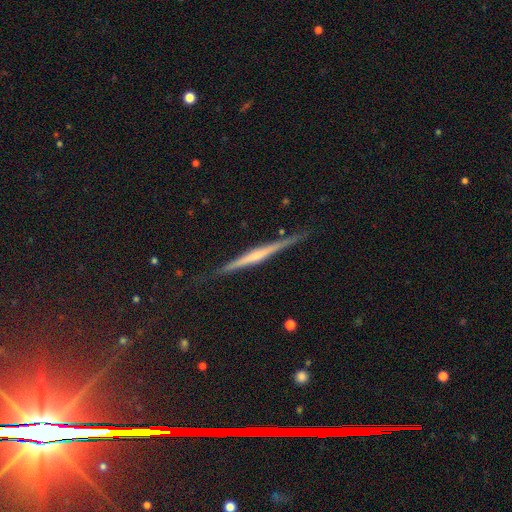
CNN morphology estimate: Smooth or featured?
  - featured or disk: 73% *
  - smooth: 21%
  - star or artifact: 7%
Edge-on disk?
  - yes: 98% *
  - no: 2%
Edge-on bulge?
  - rounded: 43% *
  - none: 42%
  - boxy: 15%
Merging?
  - none: 86% *
  - minor disturbance: 10%
  - major disturbance: 2%
  - merger: 1%